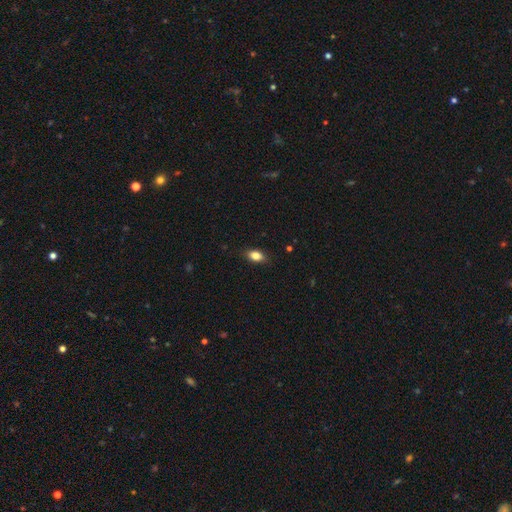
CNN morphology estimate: Smooth or featured? Predicted: smooth (p=0.82). How rounded? Predicted: in between (p=0.85). Merging? Predicted: none (p=0.84).